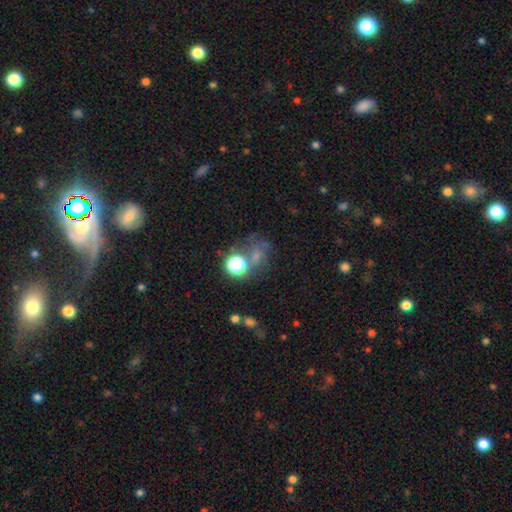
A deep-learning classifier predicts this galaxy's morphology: This appears to be a smooth galaxy with no disk features (50%). Merging: none (47%).